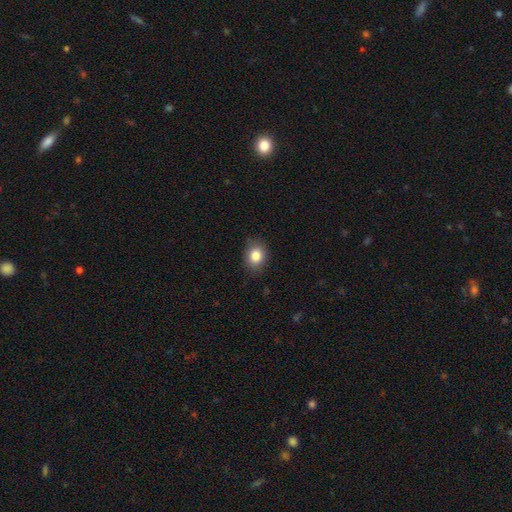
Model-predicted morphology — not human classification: Smooth or featured: smooth — 84% (star or artifact — 10%)
How rounded: round — 52% (in between — 47%)
Merging: none — 84% (minor disturbance — 12%)